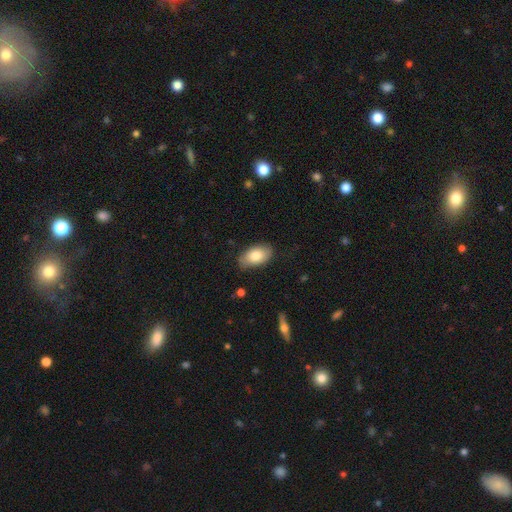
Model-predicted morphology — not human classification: Smooth or featured? Predicted: smooth (p=0.79). How rounded? Predicted: in between (p=0.92). Merging? Predicted: none (p=0.80).